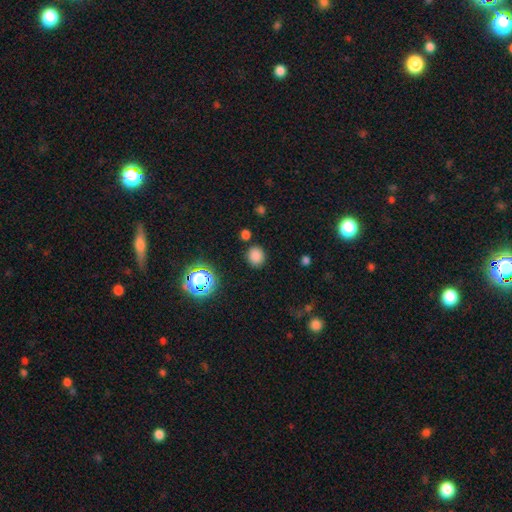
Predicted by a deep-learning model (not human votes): Morphology: type=smooth (78%); roundness=round (74%); merging=none (85%).